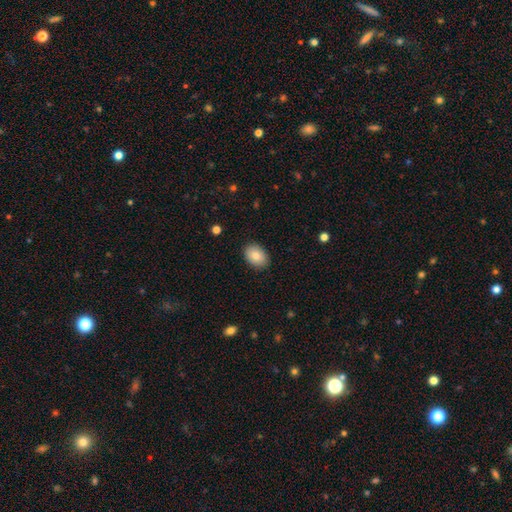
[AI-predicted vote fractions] Smooth or featured: smooth — 84% (featured or disk — 9%)
How rounded: in between — 80% (round — 19%)
Merging: none — 88% (minor disturbance — 9%)